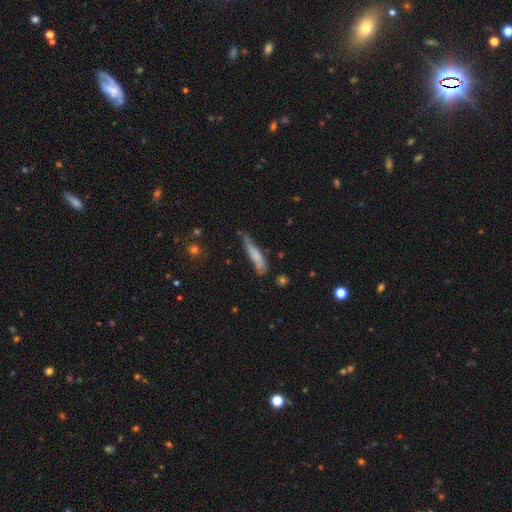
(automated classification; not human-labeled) Q: Smooth or featured?
A: smooth (69%); runner-up: featured or disk (24%)
Q: How rounded?
A: cigar-shaped (85%); runner-up: in between (13%)
Q: Merging?
A: none (53%); runner-up: minor disturbance (34%)